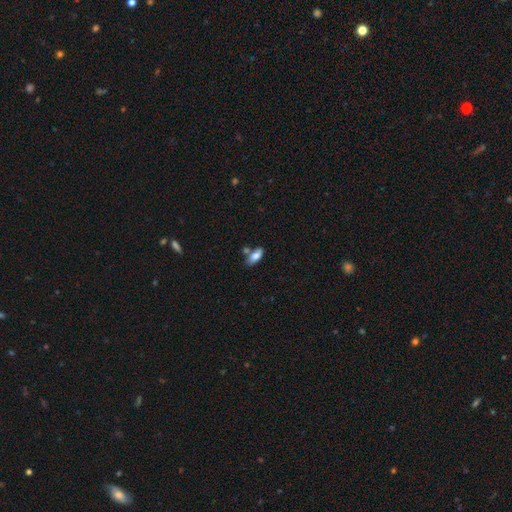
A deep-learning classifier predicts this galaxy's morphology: Smooth or featured?
  - smooth: 80% *
  - featured or disk: 13%
  - star or artifact: 7%
How rounded?
  - in between: 88% *
  - cigar-shaped: 10%
  - round: 3%
Merging?
  - none: 60% *
  - merger: 18%
  - minor disturbance: 17%
  - major disturbance: 4%